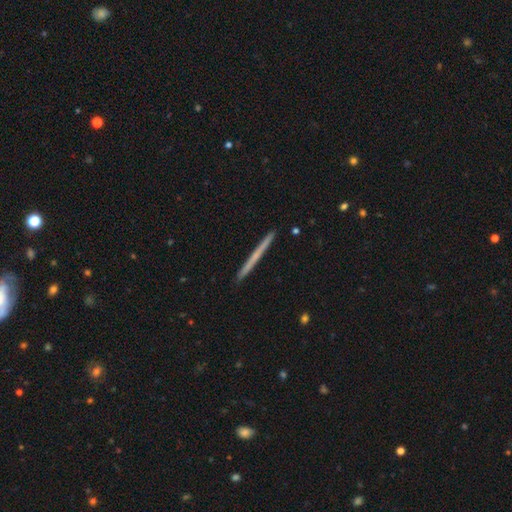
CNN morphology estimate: type=featured or disk (49%); merging=none (93%).